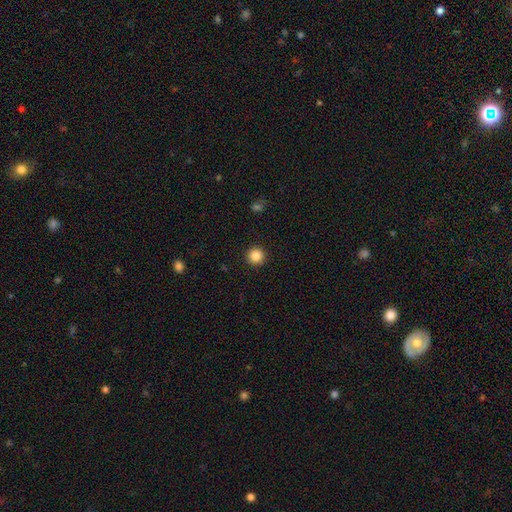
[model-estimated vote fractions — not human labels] A smooth galaxy with no disk features (86%) that is round (96%).

Vote fractions:
- Smooth or featured? smooth: 86% / star or artifact: 10% / featured or disk: 3%
- How rounded? round: 96% / in between: 3% / cigar-shaped: 1%
- Merging? none: 93% / minor disturbance: 4% / major disturbance: 2% / merger: 1%